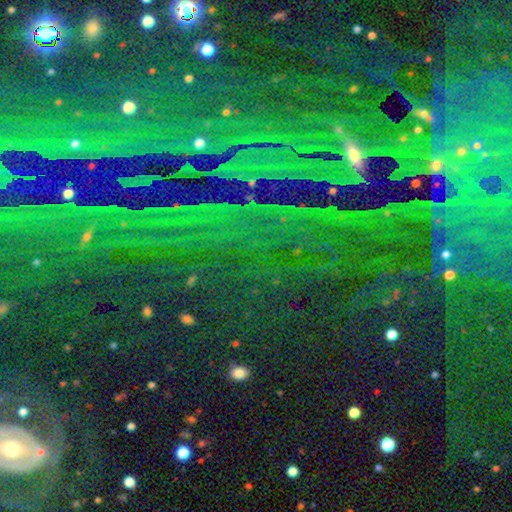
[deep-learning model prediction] A star or artifact, not a galaxy (83%).

Vote fractions:
- Smooth or featured? star or artifact: 83% / smooth: 9% / featured or disk: 8%